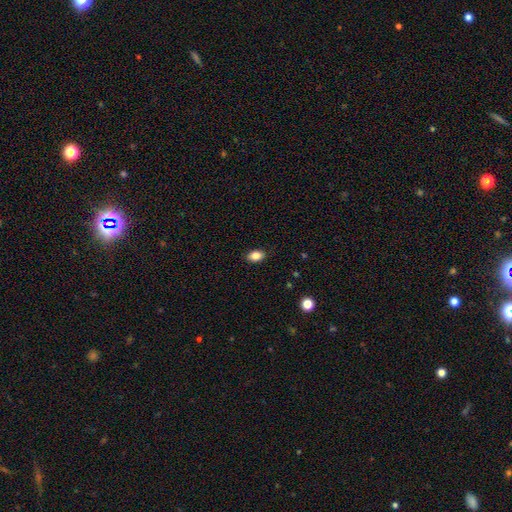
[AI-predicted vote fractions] smooth-or-featured: smooth: 86% | star or artifact: 9% | featured or disk: 5%
  how-rounded: in between: 86% | round: 13% | cigar-shaped: 2%
  merging: none: 88% | minor disturbance: 9% | major disturbance: 2% | merger: 1%